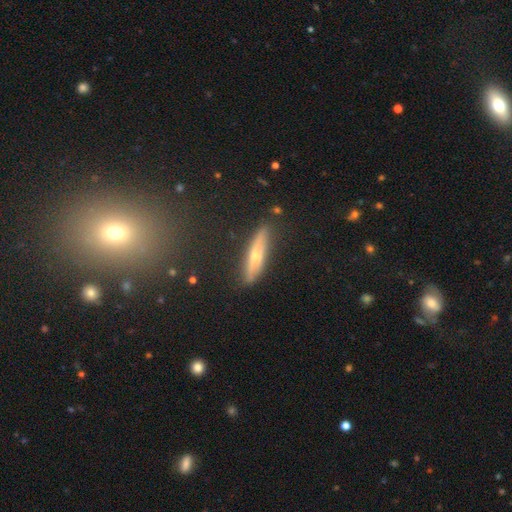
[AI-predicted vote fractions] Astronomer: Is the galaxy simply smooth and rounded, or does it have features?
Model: featured or disk — 50% (runner-up: smooth, 42%).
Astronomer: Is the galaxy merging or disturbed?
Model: none — 84%.